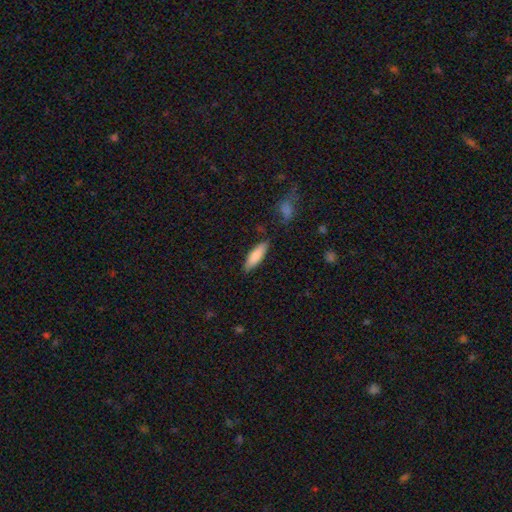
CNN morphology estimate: smooth-or-featured: smooth: 82% | featured or disk: 13% | star or artifact: 6%
  how-rounded: cigar-shaped: 51% | in between: 47% | round: 2%
  merging: none: 82% | minor disturbance: 13% | major disturbance: 3% | merger: 2%